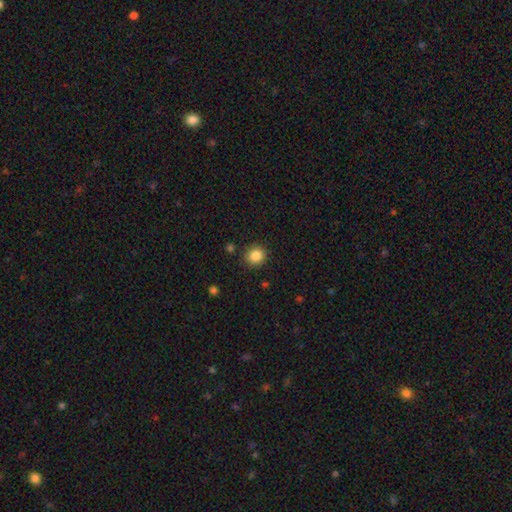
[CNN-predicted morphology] Smooth or featured?
  - smooth: 86% *
  - star or artifact: 10%
  - featured or disk: 4%
How rounded?
  - round: 85% *
  - in between: 14%
  - cigar-shaped: 1%
Merging?
  - none: 88% *
  - minor disturbance: 8%
  - major disturbance: 2%
  - merger: 2%